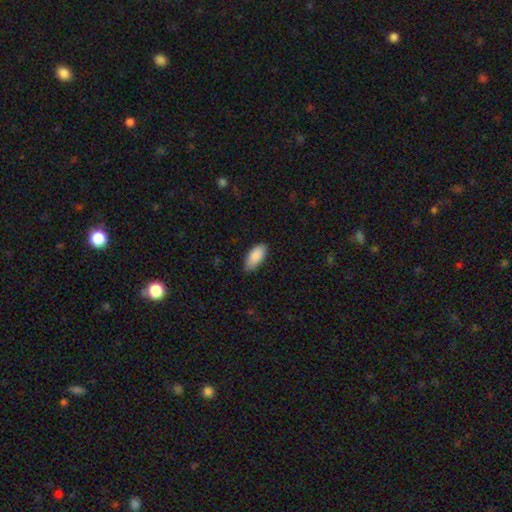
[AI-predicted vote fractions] A smooth galaxy with no disk features (89%) that is in between round and cigar-shaped (92%).

Vote fractions:
- Smooth or featured? smooth: 89% / star or artifact: 6% / featured or disk: 4%
- How rounded? in between: 92% / cigar-shaped: 7% / round: 2%
- Merging? none: 79% / minor disturbance: 17% / major disturbance: 3% / merger: 1%